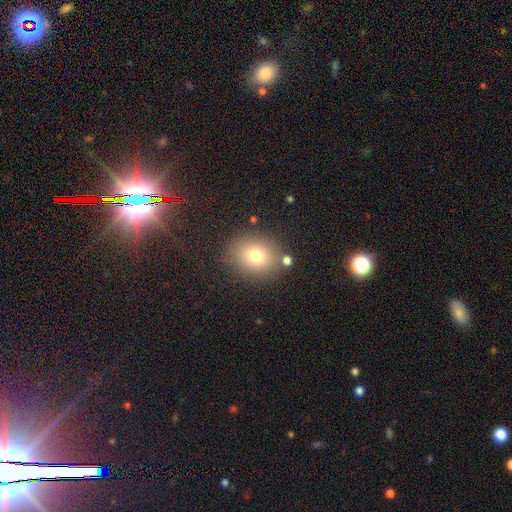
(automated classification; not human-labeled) Smooth or featured: smooth — 75% (star or artifact — 14%)
How rounded: round — 69% (in between — 30%)
Merging: none — 82% (minor disturbance — 10%)